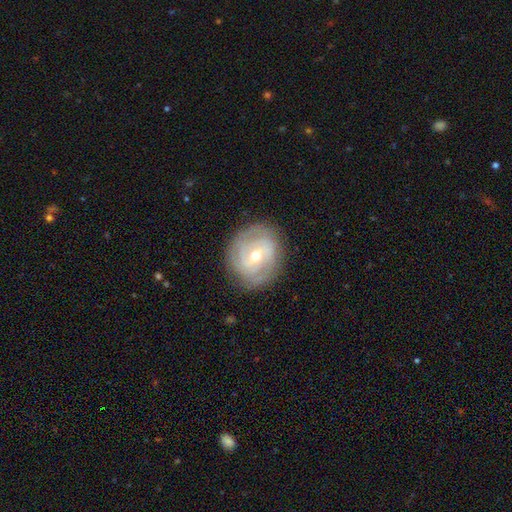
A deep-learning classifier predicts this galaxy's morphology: featured or disk 77%, smooth 16%, star or artifact 6%. Down the decision tree: edge-on disk — no (97%); bar — weak (44%); spiral arms — yes (87%); spiral arm count — 2 (36%); spiral winding — tight (66%); bulge size — moderate (50%); merging — none (82%).